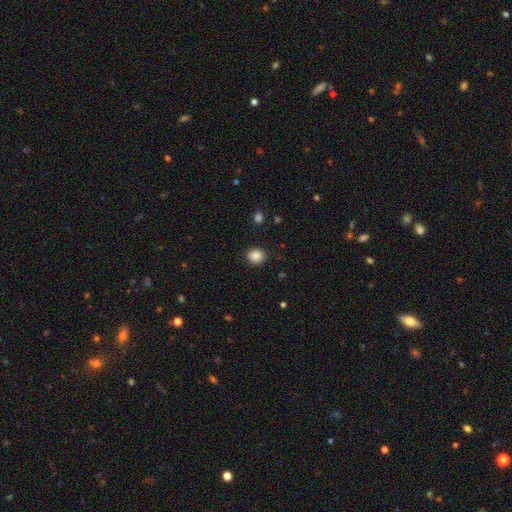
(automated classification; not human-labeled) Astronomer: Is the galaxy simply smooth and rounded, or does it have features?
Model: smooth — 87%.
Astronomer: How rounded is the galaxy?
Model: round — 74%.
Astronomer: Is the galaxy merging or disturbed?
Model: none — 87%.